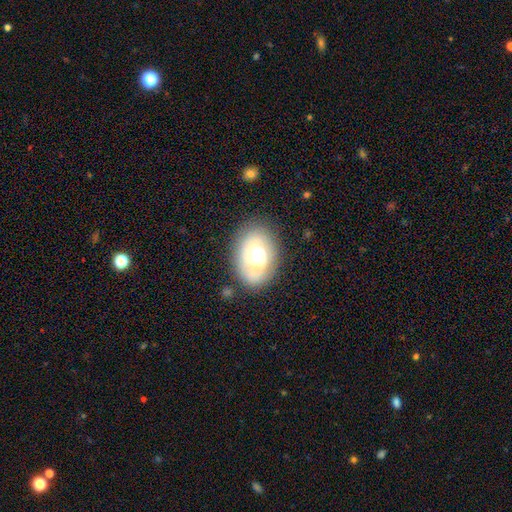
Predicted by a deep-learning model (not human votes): smooth-or-featured: featured or disk: 54% | smooth: 36% | star or artifact: 9%
  disk-edge-on: no: 96% | yes: 4%
    bar: no: 62% | weak: 30% | strong: 7%
    has-spiral-arms: yes: 75% | no: 25%
    bulge-size: large: 47% | moderate: 30% | dominant: 15% | small: 5% | none: 2%
  merging: none: 74% | minor disturbance: 16% | major disturbance: 7% | merger: 2%